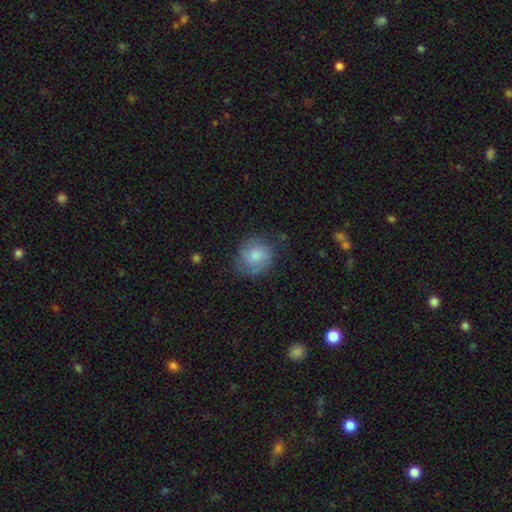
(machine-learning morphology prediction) Smooth or featured?
  - smooth: 65% *
  - featured or disk: 27%
  - star or artifact: 7%
How rounded?
  - round: 80% *
  - in between: 19%
  - cigar-shaped: 1%
Merging?
  - none: 65% *
  - minor disturbance: 24%
  - major disturbance: 9%
  - merger: 2%